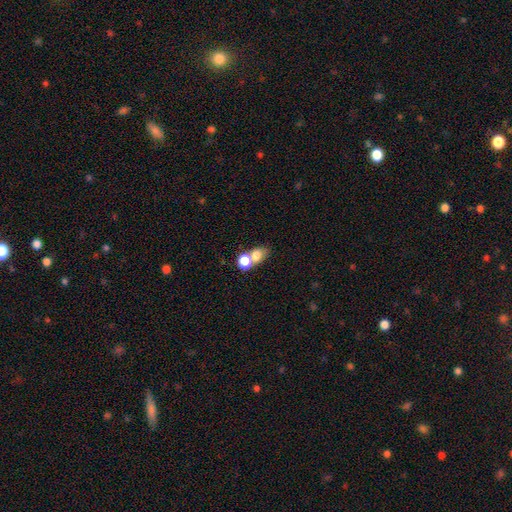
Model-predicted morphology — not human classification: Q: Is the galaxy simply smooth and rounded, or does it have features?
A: smooth — 75%.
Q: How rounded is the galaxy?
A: in between — 62%.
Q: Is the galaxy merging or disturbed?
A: merger — 50%.